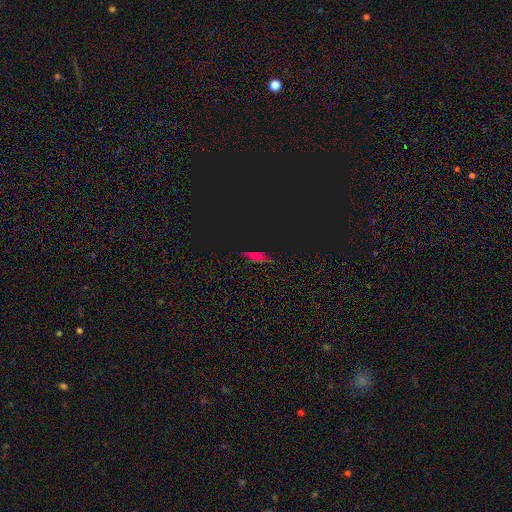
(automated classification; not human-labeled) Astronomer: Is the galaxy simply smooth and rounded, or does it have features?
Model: star or artifact — 52% (runner-up: smooth, 32%).